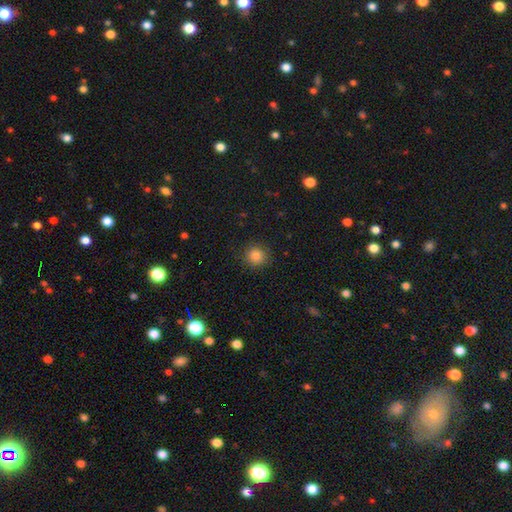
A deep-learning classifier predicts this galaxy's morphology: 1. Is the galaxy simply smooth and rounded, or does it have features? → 85% smooth, 11% star or artifact, 3% featured or disk.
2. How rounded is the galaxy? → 92% round, 7% in between, 1% cigar-shaped.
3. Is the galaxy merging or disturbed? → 89% none, 7% minor disturbance, 3% major disturbance, 1% merger.